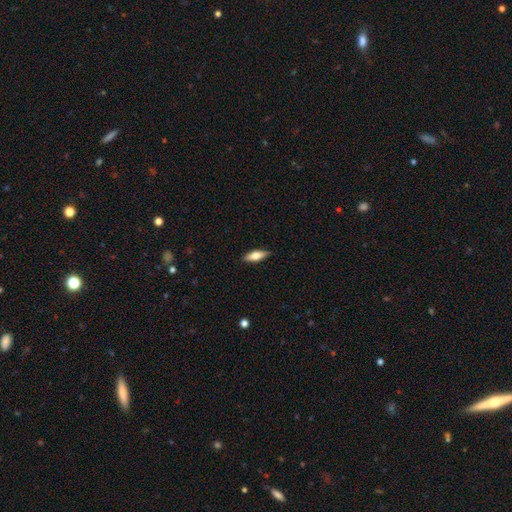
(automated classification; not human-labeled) This is likely a smooth galaxy (62%). How rounded: possibly in between (57%). Merging: clearly none (88%).